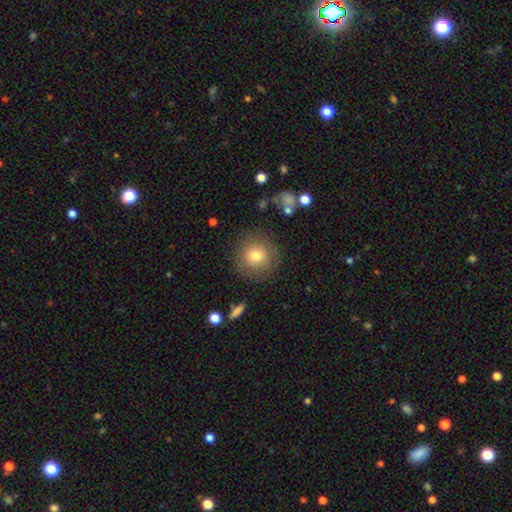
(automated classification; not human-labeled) smooth-or-featured: smooth: 76% | featured or disk: 13% | star or artifact: 11%
  how-rounded: round: 94% | in between: 5% | cigar-shaped: 1%
  merging: none: 85% | minor disturbance: 9% | major disturbance: 4% | merger: 2%